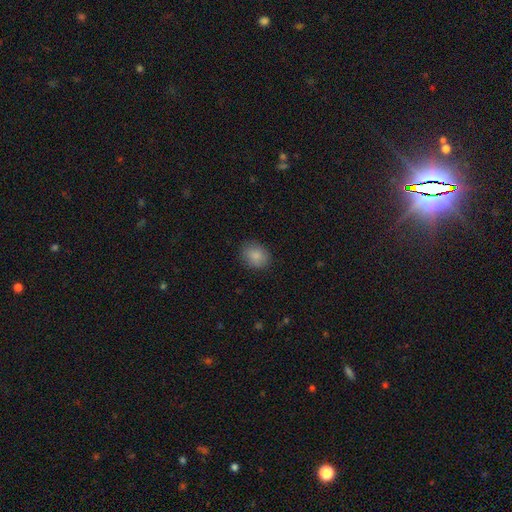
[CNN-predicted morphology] smooth-or-featured: smooth: 87% | star or artifact: 8% | featured or disk: 5%
  how-rounded: round: 50% | in between: 49% | cigar-shaped: 1%
  merging: none: 86% | minor disturbance: 11% | major disturbance: 3% | merger: 1%